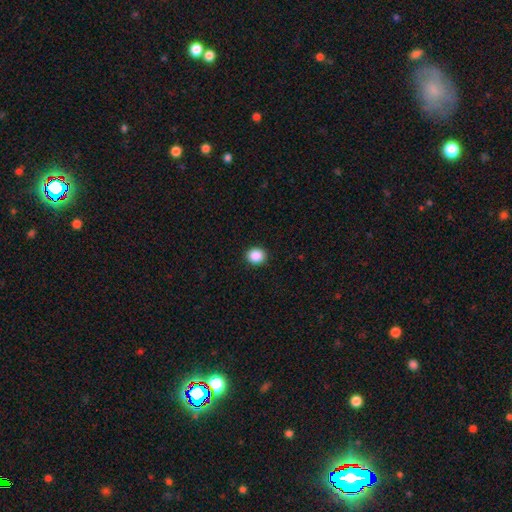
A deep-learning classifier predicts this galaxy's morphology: Smooth or featured: smooth — 89% (star or artifact — 9%)
How rounded: round — 81% (in between — 18%)
Merging: none — 92% (minor disturbance — 5%)